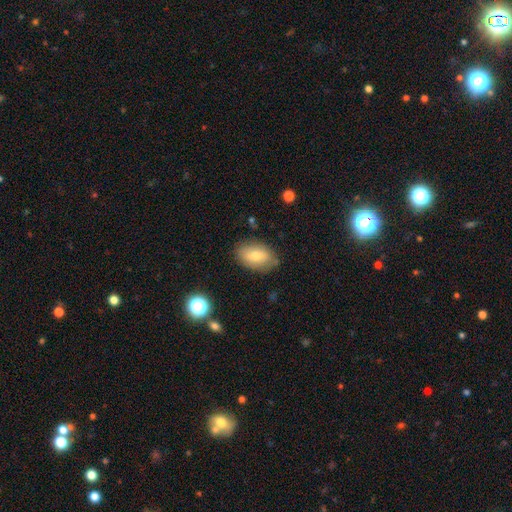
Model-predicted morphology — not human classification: smooth 71%, featured or disk 21%, star or artifact 8%. Down the decision tree: how rounded — in between (89%); merging — none (77%).